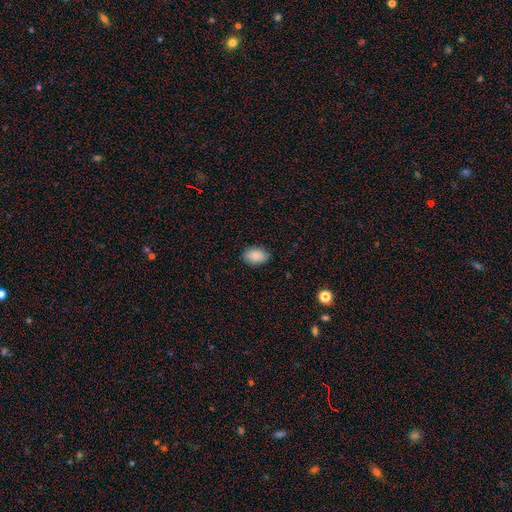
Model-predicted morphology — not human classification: smooth-or-featured: smooth: 89% | star or artifact: 7% | featured or disk: 5%
  how-rounded: in between: 86% | round: 12% | cigar-shaped: 1%
  merging: none: 85% | minor disturbance: 12% | major disturbance: 2% | merger: 1%